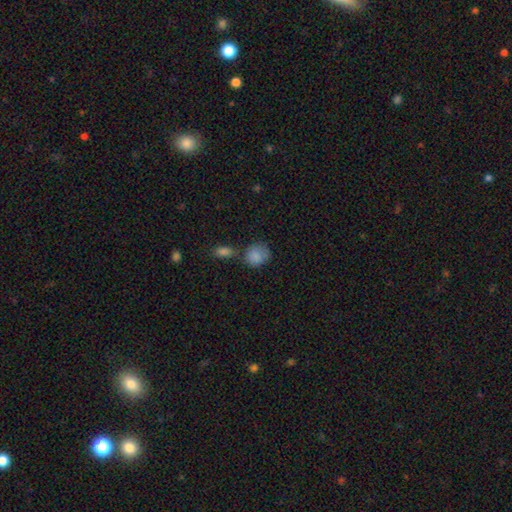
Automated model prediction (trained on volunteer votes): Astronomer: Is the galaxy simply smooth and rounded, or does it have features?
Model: smooth — 85%.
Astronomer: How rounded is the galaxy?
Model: round — 69%.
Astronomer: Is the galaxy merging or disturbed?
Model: none — 54%.